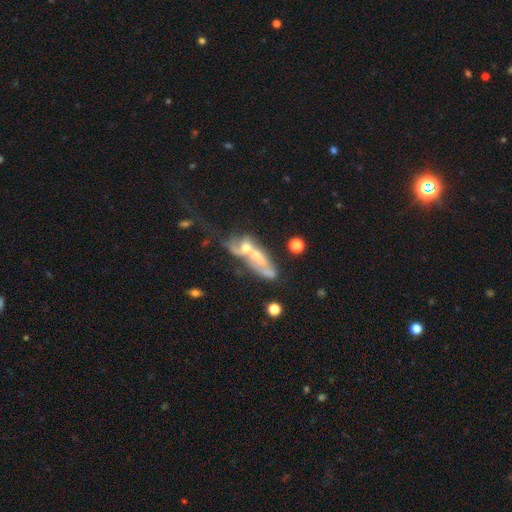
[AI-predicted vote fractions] Smooth or featured?
  - featured or disk: 57% *
  - smooth: 32%
  - star or artifact: 11%
Edge-on disk?
  - no: 81% *
  - yes: 19%
Merging?
  - merger: 64% *
  - major disturbance: 14%
  - none: 14%
  - minor disturbance: 8%